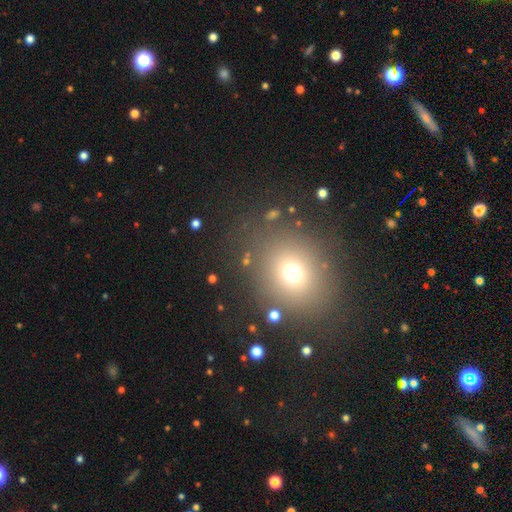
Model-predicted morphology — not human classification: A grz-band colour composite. It shows a smooth galaxy with no disk features (61%) that is round (65%). Merging: none (84%).